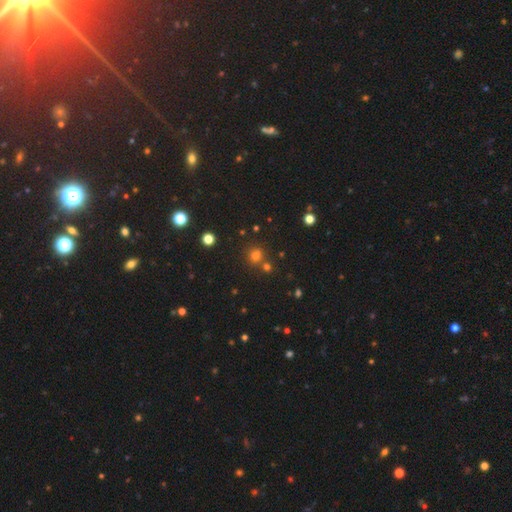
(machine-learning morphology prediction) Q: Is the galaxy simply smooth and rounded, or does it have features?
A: smooth — 72%.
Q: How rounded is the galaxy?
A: round — 87%.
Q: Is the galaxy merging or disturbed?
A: none — 72%.